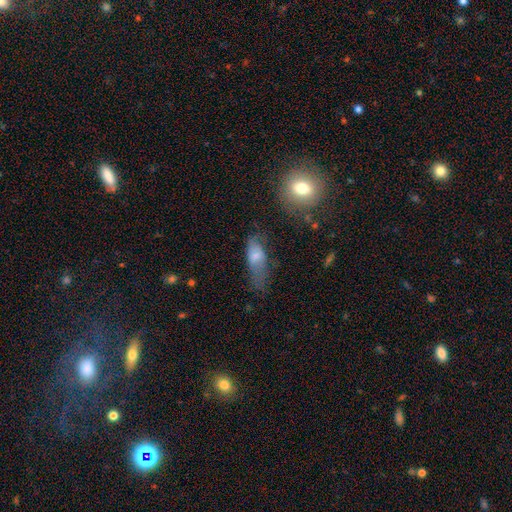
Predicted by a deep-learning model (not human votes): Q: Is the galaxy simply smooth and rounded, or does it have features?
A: smooth — 62%.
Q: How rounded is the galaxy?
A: in between — 72%.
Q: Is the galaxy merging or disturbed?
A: none — 37%.